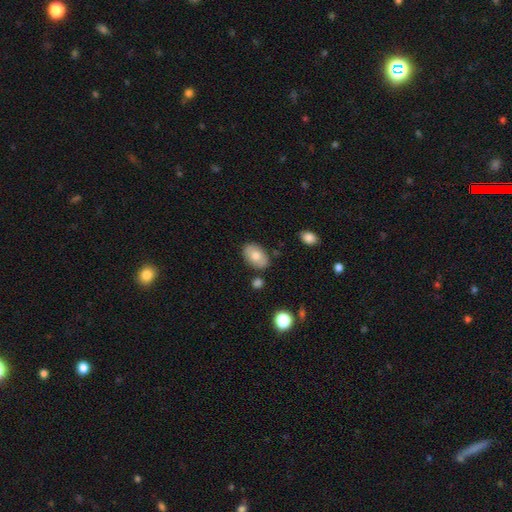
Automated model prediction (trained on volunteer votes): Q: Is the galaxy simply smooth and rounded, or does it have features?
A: smooth — 74%.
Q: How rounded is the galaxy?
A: in between — 89%.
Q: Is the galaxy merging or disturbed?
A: none — 81%.